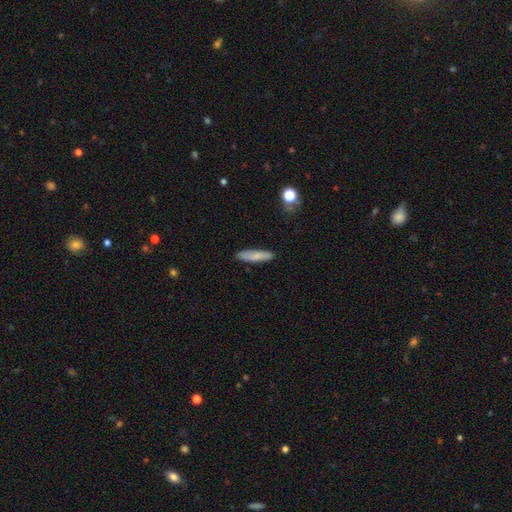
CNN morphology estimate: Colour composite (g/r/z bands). It shows a smooth galaxy with no disk features (77%) that is cigar-shaped (78%). Merging: none (87%).